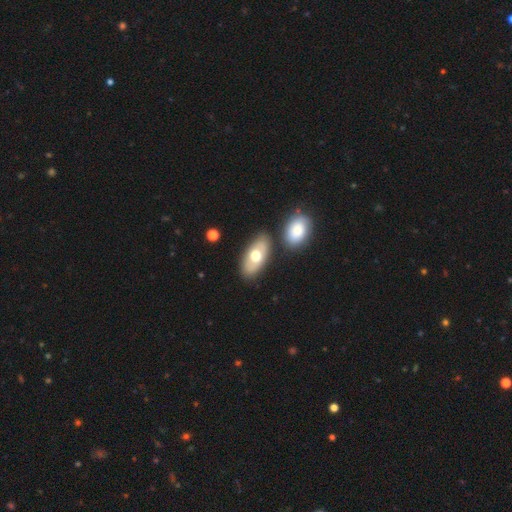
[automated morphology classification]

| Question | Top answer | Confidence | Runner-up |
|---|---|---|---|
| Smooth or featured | smooth | 60% | featured or disk (35%) |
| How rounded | in between | 91% | round (5%) |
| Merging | none | 77% | minor disturbance (10%) |